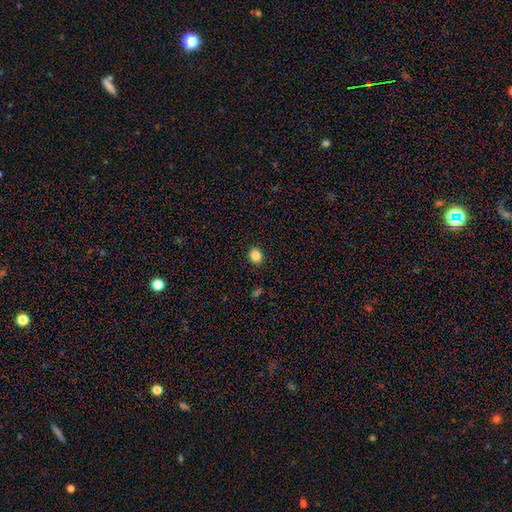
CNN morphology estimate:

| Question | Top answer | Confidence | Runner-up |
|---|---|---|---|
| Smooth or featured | smooth | 85% | star or artifact (11%) |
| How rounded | round | 64% | in between (35%) |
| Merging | none | 90% | minor disturbance (7%) |